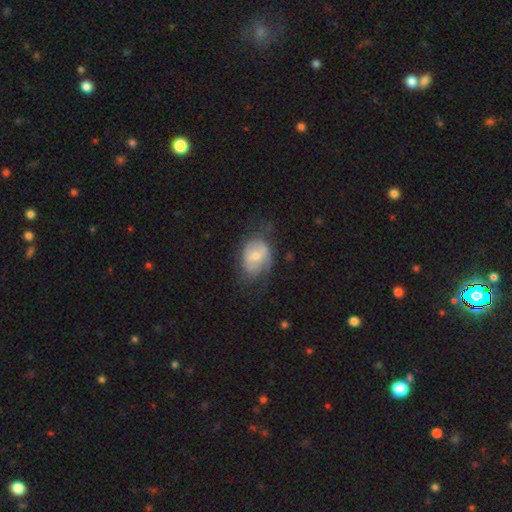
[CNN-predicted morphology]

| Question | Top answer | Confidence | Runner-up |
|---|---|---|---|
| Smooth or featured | smooth | 49% | featured or disk (43%) |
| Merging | none | 44% | minor disturbance (30%) |